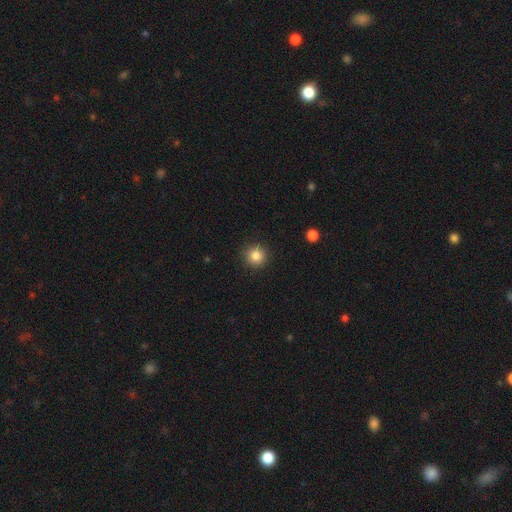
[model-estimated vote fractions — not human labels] A smooth galaxy with no disk features (84%) that is round (94%).

Vote fractions:
- Smooth or featured? smooth: 84% / star or artifact: 11% / featured or disk: 5%
- How rounded? round: 94% / in between: 5% / cigar-shaped: 1%
- Merging? none: 91% / minor disturbance: 6% / major disturbance: 2% / merger: 1%